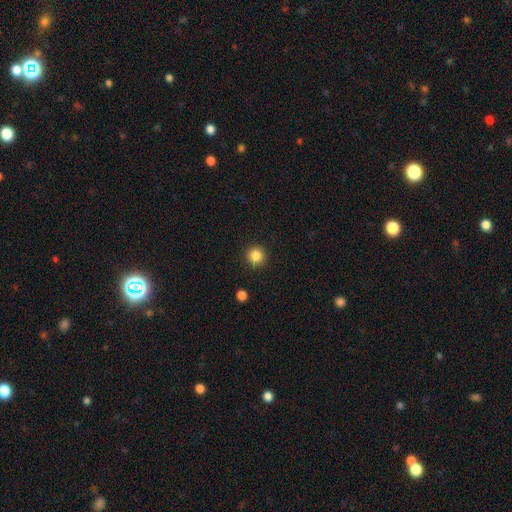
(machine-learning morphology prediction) Smooth or featured?
  - smooth: 85% *
  - star or artifact: 11%
  - featured or disk: 4%
How rounded?
  - round: 95% *
  - in between: 4%
  - cigar-shaped: 1%
Merging?
  - none: 91% *
  - minor disturbance: 5%
  - major disturbance: 2%
  - merger: 1%